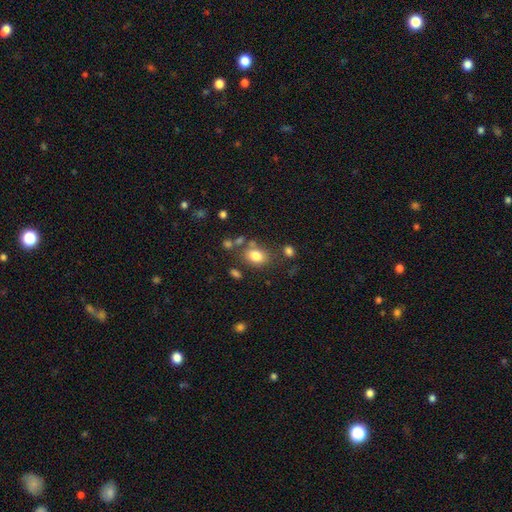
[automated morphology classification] Smooth or featured: smooth — 80% (star or artifact — 11%)
How rounded: in between — 64% (round — 35%)
Merging: none — 69% (minor disturbance — 15%)